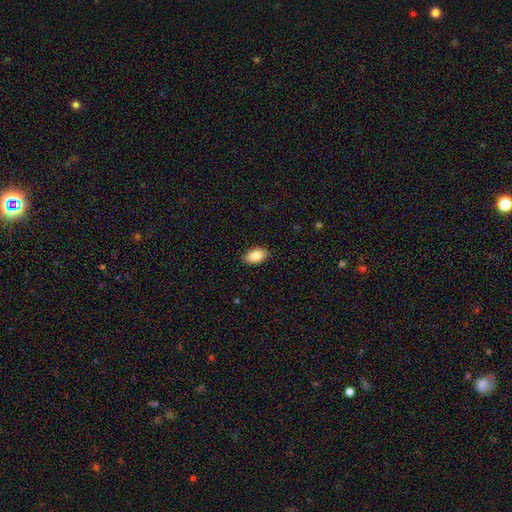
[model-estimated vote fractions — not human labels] This is clearly a smooth galaxy (84%). How rounded: clearly in between (93%). Merging: clearly none (88%).